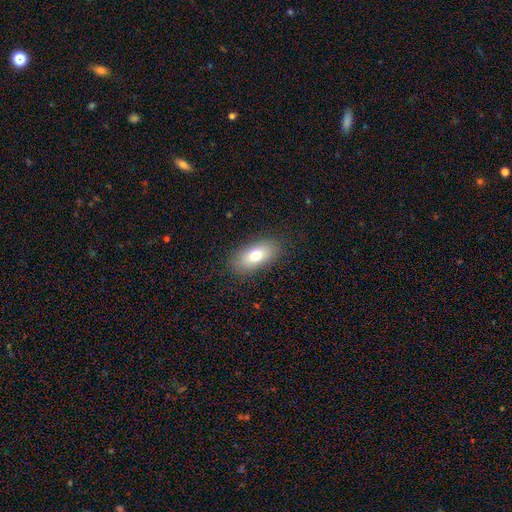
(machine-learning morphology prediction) The model was most divided on "smooth or featured": smooth: 75%, featured or disk: 16%, star or artifact: 9%. More confident: how rounded — in between (87%); merging — none (86%).